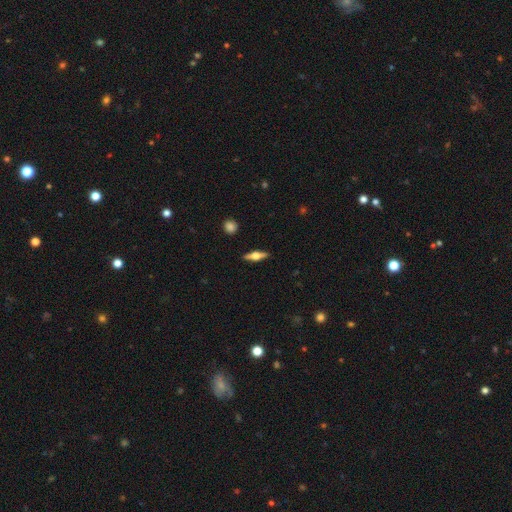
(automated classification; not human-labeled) smooth-or-featured: featured or disk: 64% | smooth: 30% | star or artifact: 6%
  disk-edge-on: yes: 96% | no: 4%
    edge-on-bulge: rounded: 93% | boxy: 6% | none: 1%
  merging: none: 90% | minor disturbance: 7% | major disturbance: 2% | merger: 1%